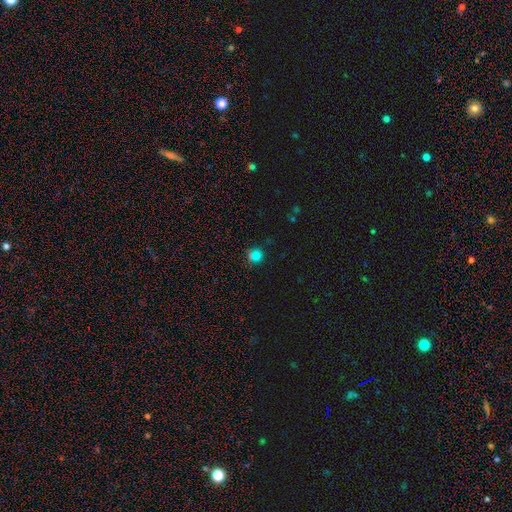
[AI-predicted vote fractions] This appears to be a smooth galaxy with no disk features (67%) that is round (89%). Merging: none (72%).